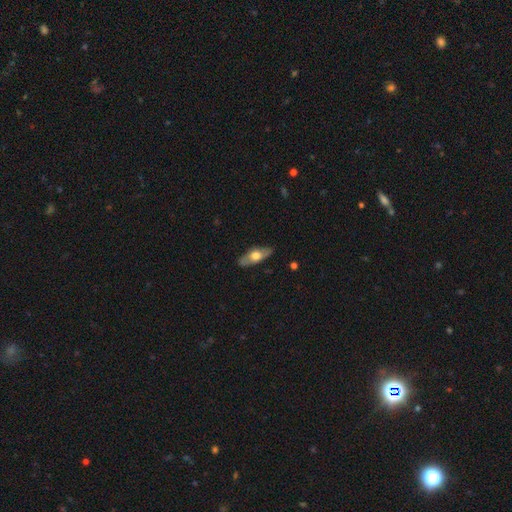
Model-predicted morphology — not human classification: type=smooth (48%); merging=none (83%).